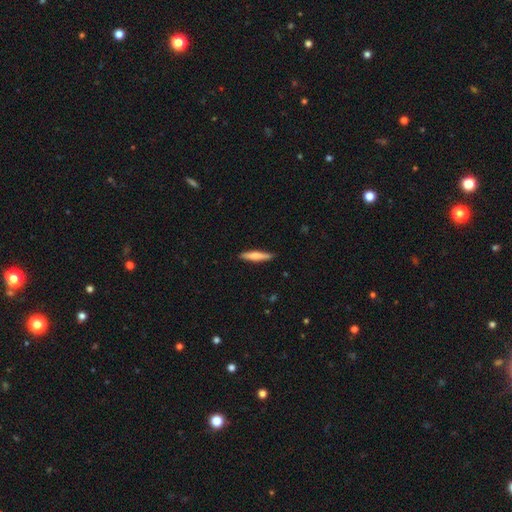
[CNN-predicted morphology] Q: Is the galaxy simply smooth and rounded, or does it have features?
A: smooth — 65%.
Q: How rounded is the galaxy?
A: cigar-shaped — 89%.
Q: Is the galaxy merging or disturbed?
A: none — 89%.